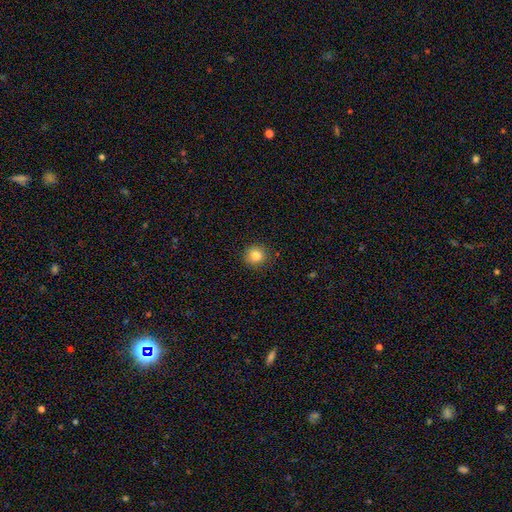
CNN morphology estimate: smooth_or_featured: smooth (p=0.84) [alt: star or artifact p=0.11]
how_rounded: round (p=0.92) [alt: in between p=0.07]
merging: none (p=0.90) [alt: minor disturbance p=0.07]